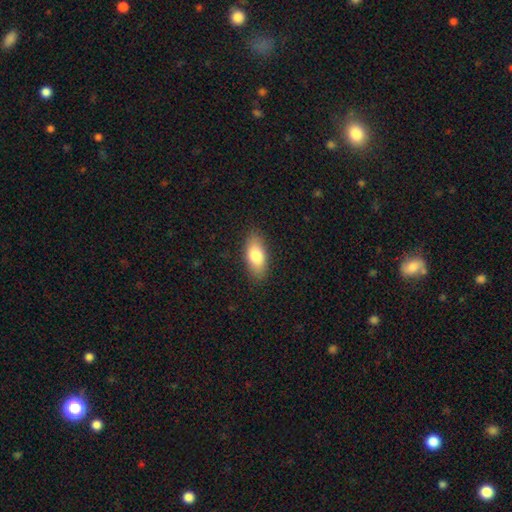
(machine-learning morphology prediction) Smooth or featured: smooth — 80% (featured or disk — 14%)
How rounded: in between — 84% (cigar-shaped — 13%)
Merging: none — 87% (minor disturbance — 10%)